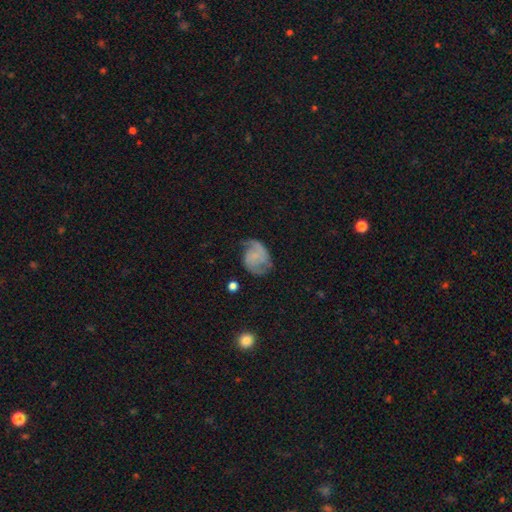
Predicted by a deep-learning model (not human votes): Smooth or featured?
  - featured or disk: 70% *
  - smooth: 22%
  - star or artifact: 8%
Edge-on disk?
  - no: 98% *
  - yes: 2%
Bar?
  - no: 65% *
  - weak: 29%
  - strong: 6%
Spiral arms?
  - yes: 93% *
  - no: 7%
Spiral winding?
  - medium: 44% *
  - loose: 32%
  - tight: 24%
Spiral arm count?
  - 2: 79% *
  - 1: 8%
  - can't tell: 7%
  - 3: 3%
  - 4: 1%
  - more than 4: 1%
Bulge size?
  - none: 53% *
  - small: 35%
  - moderate: 9%
  - large: 2%
  - dominant: 1%
Merging?
  - none: 58% *
  - minor disturbance: 25%
  - major disturbance: 16%
  - merger: 2%